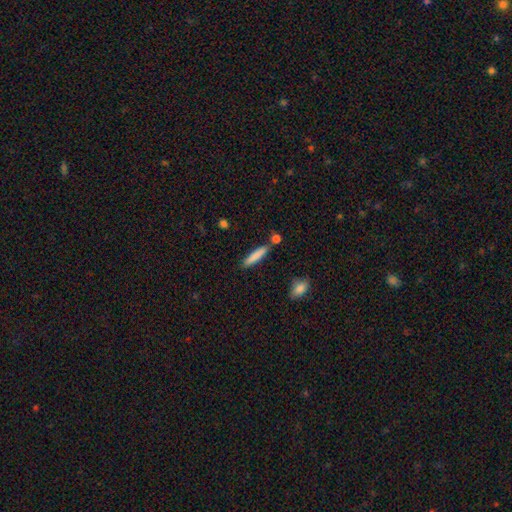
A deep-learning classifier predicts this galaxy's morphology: Smooth or featured: smooth — 81% (featured or disk — 13%)
How rounded: cigar-shaped — 87% (in between — 11%)
Merging: none — 81% (minor disturbance — 10%)